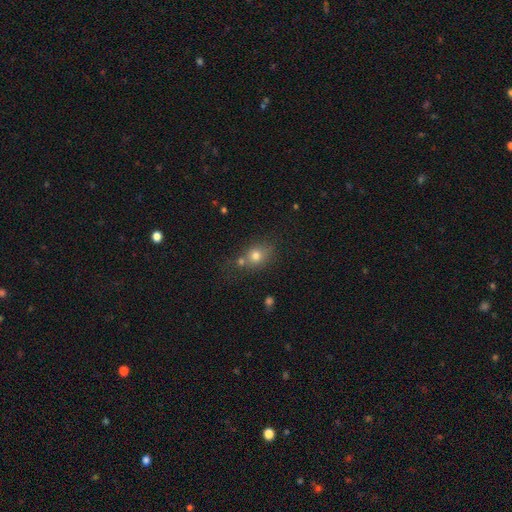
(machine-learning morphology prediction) Smooth or featured: smooth — 74% (star or artifact — 13%)
How rounded: round — 58% (in between — 40%)
Merging: none — 55% (merger — 23%)